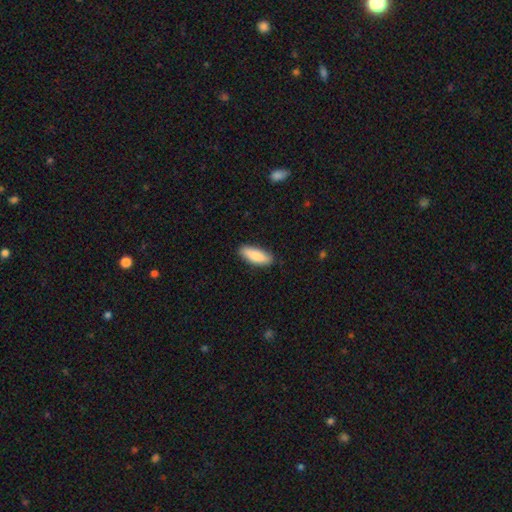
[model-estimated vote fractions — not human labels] This is clearly a smooth galaxy (82%). How rounded: likely in between (62%). Merging: clearly none (86%).